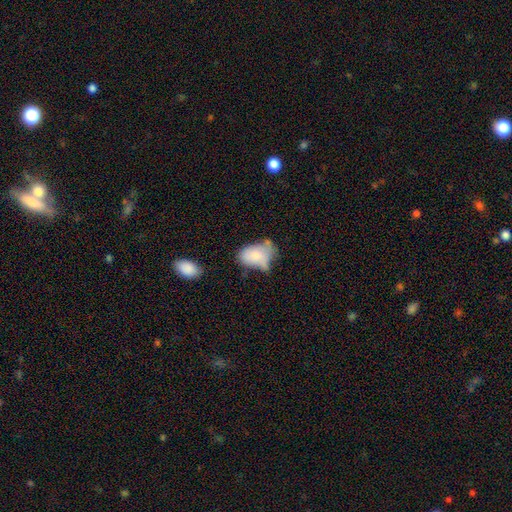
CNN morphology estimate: The model was most divided on "merging": minor disturbance: 36%, none: 27%, major disturbance: 22%, merger: 15%. More confident: how rounded — in between (88%); smooth or featured — smooth (73%).